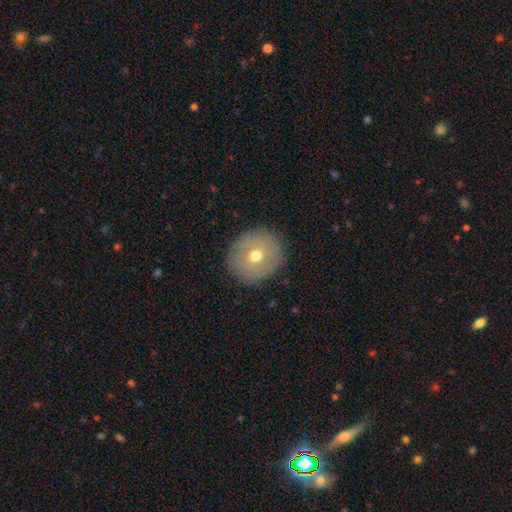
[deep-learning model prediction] Smooth or featured?
  - smooth: 54% *
  - featured or disk: 37%
  - star or artifact: 9%
How rounded?
  - round: 85% *
  - in between: 14%
  - cigar-shaped: 1%
Merging?
  - none: 86% *
  - minor disturbance: 10%
  - major disturbance: 3%
  - merger: 1%